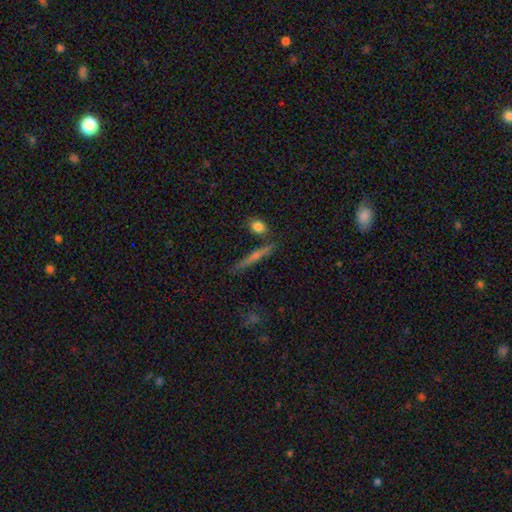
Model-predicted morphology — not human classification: Smooth or featured? Predicted: featured or disk (p=0.51). Edge-on disk? Predicted: yes (p=0.95). Merging? Predicted: none (p=0.82).